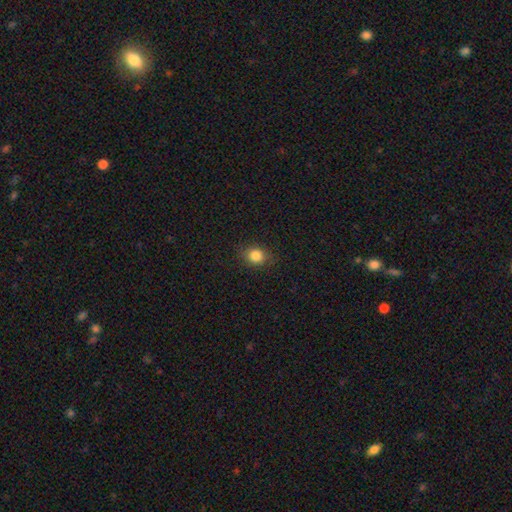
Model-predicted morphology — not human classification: smooth 84%, star or artifact 11%, featured or disk 5%. Down the decision tree: how rounded — round (71%); merging — none (86%).